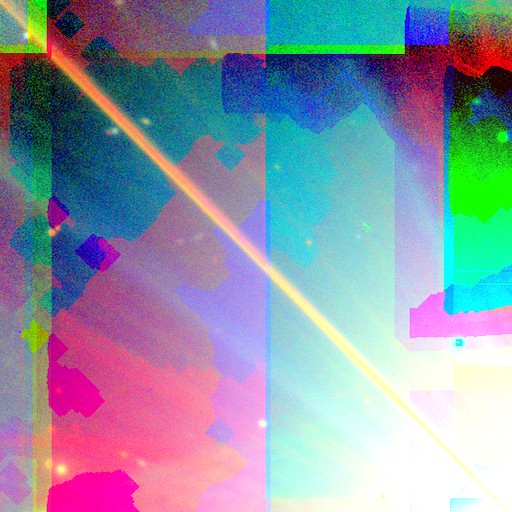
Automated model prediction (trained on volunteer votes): smooth_or_featured: star or artifact (p=0.89) [alt: featured or disk p=0.07]